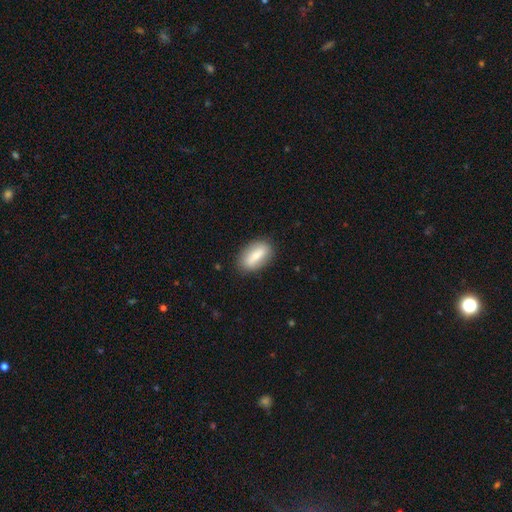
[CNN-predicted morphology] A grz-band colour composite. It shows a smooth galaxy with no disk features (67%) that is in between round and cigar-shaped (86%). Merging: none (84%).